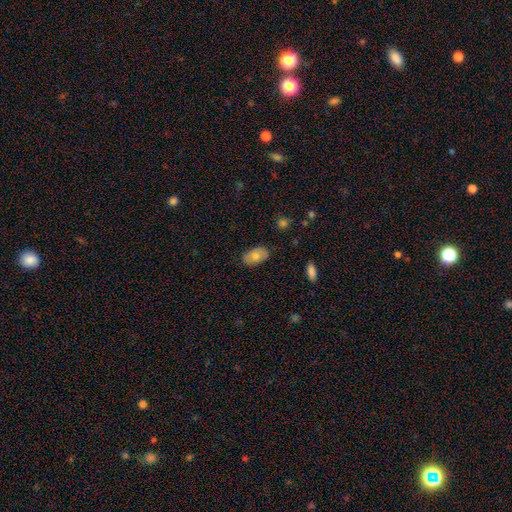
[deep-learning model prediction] Smooth or featured? Predicted: smooth (p=0.72). How rounded? Predicted: in between (p=0.92). Merging? Predicted: none (p=0.80).